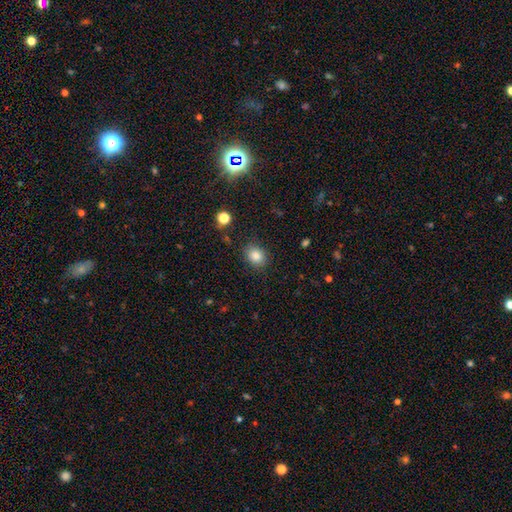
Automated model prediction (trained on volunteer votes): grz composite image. It shows a smooth galaxy with no disk features (85%) that is round (55%). Merging: none (84%).